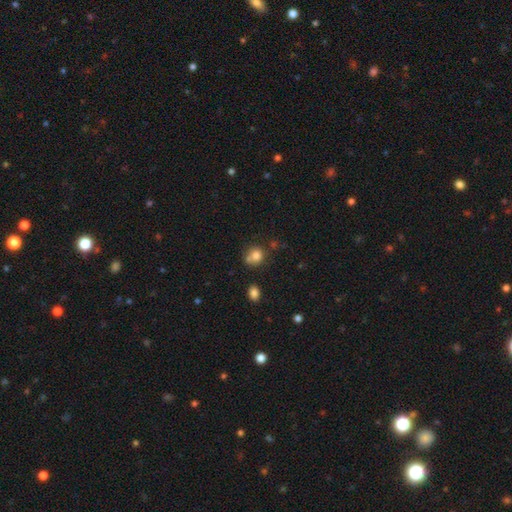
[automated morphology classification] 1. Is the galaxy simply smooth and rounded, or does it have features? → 79% smooth, 12% star or artifact, 9% featured or disk.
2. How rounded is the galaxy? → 75% round, 25% in between, 1% cigar-shaped.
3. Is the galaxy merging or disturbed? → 52% none, 25% merger, 17% minor disturbance, 6% major disturbance.